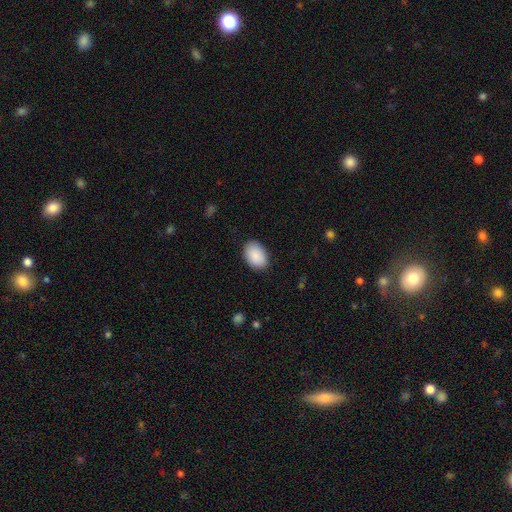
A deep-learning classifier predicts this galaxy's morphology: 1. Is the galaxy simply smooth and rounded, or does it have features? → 90% smooth, 6% star or artifact, 4% featured or disk.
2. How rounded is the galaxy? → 87% in between, 12% round, 1% cigar-shaped.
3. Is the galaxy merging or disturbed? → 86% none, 11% minor disturbance, 2% major disturbance, 1% merger.